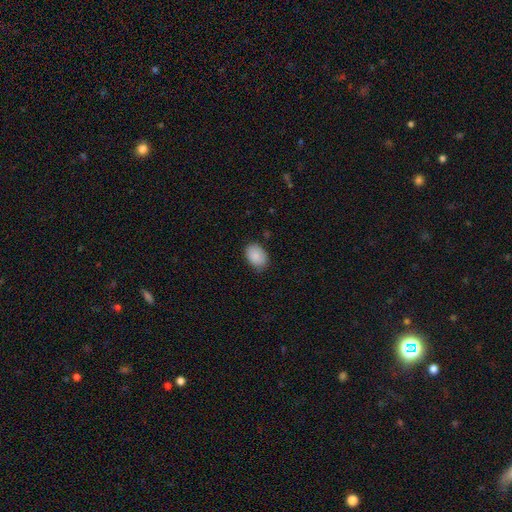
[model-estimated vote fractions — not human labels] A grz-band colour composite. It shows a smooth galaxy with no disk features (89%) that is in between round and cigar-shaped (79%). Merging: none (81%).